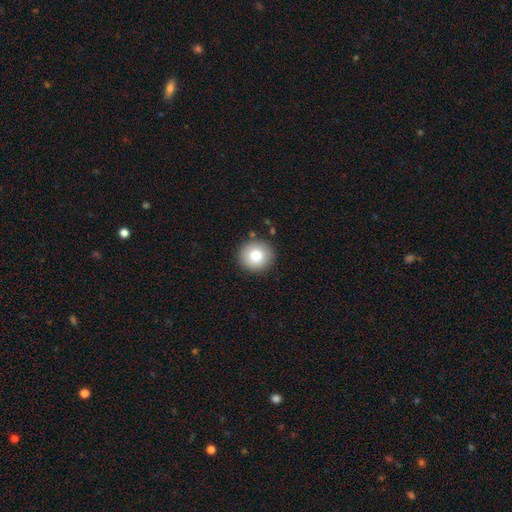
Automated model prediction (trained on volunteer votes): A smooth galaxy with no disk features (78%) that is round (93%). Merging: none (89%).